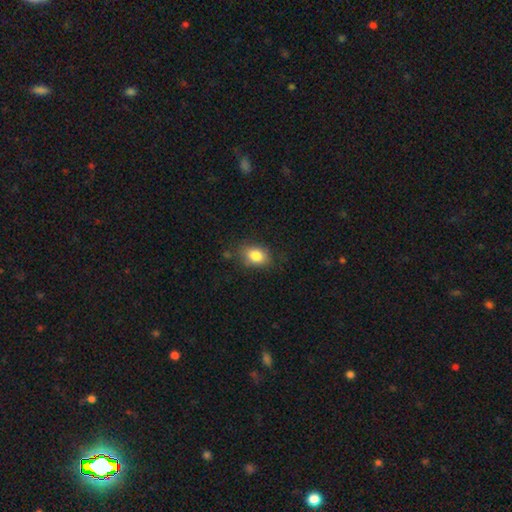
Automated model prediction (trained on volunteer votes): smooth-or-featured: smooth: 84% | star or artifact: 9% | featured or disk: 7%
  how-rounded: in between: 73% | round: 26% | cigar-shaped: 1%
  merging: none: 76% | minor disturbance: 17% | major disturbance: 4% | merger: 2%